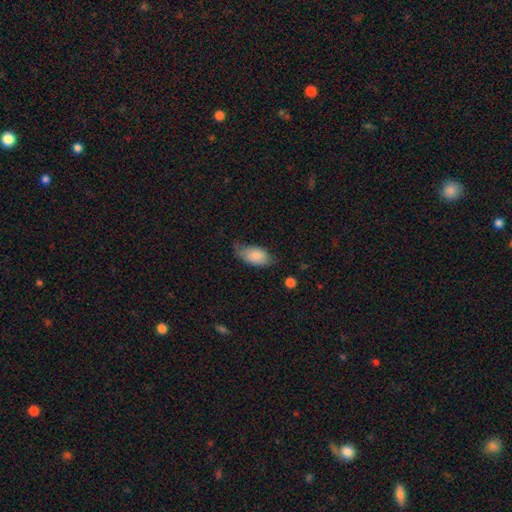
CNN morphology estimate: Overall: smooth (83%). How rounded: in between (94%). Merging: none (46%; minor disturbance 40%).